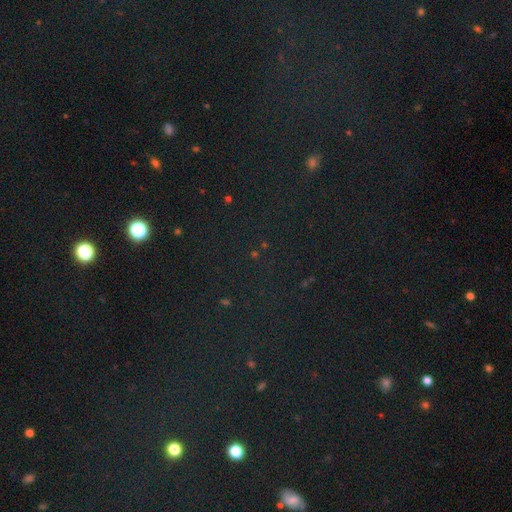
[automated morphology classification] Q: Smooth or featured?
A: star or artifact (78%); runner-up: smooth (14%)